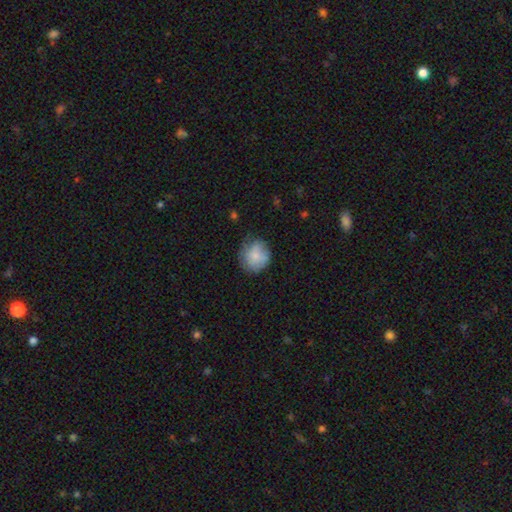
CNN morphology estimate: The model was most divided on "merging": none: 60%, minor disturbance: 29%, major disturbance: 9%, merger: 2%. More confident: how rounded — round (81%); smooth or featured — smooth (77%).